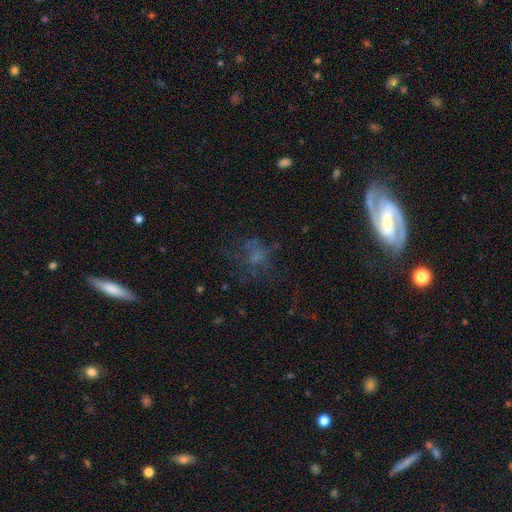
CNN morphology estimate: Smooth or featured: smooth — 39% (featured or disk — 33%)
Merging: none — 52% (major disturbance — 29%)